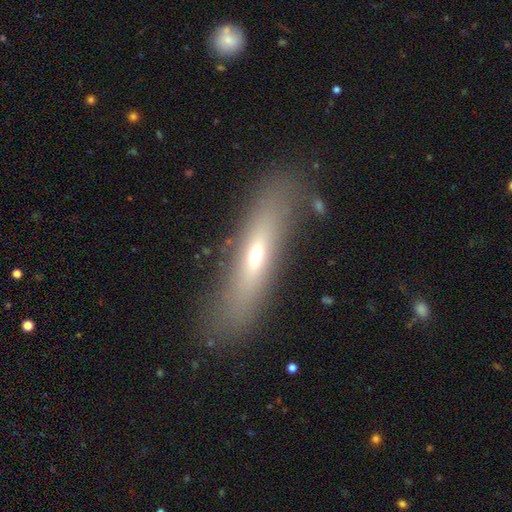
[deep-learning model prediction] Smooth or featured? Predicted: smooth (p=0.49). Merging? Predicted: none (p=0.80).